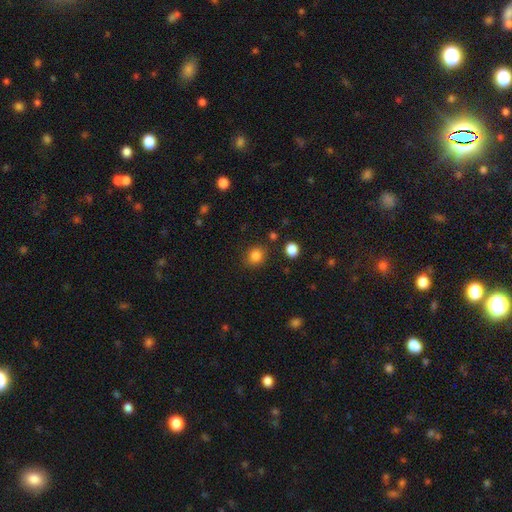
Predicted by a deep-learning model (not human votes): Smooth or featured? smooth (84%)
How rounded? round (77%)
Merging? none (84%)